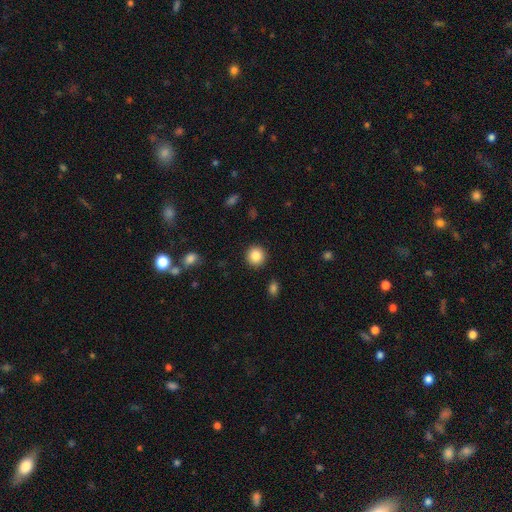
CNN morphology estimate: Smooth or featured? smooth (86%)
How rounded? round (91%)
Merging? none (91%)